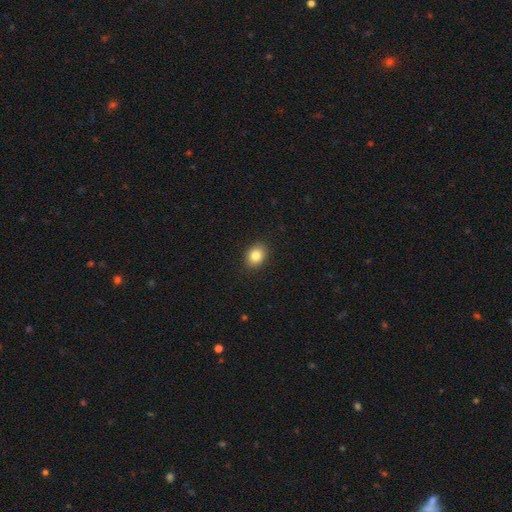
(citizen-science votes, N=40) Smooth or featured? 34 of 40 (85%) said smooth. How rounded? 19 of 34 (56%) said round. Merging? 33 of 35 (94%) said none.